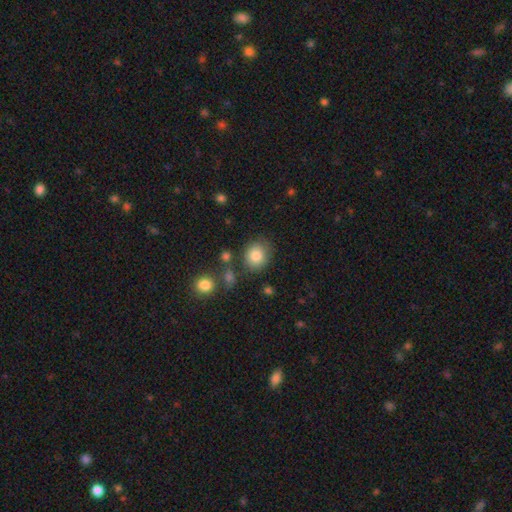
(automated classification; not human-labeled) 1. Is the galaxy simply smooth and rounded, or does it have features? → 83% smooth, 9% star or artifact, 7% featured or disk.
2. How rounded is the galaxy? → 77% round, 22% in between, 1% cigar-shaped.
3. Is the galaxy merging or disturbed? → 77% none, 13% minor disturbance, 6% merger, 5% major disturbance.